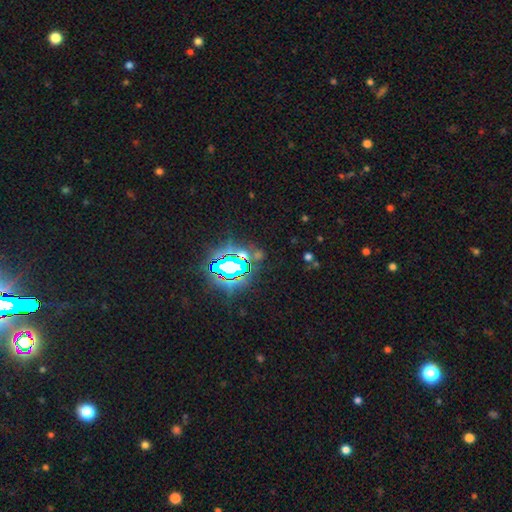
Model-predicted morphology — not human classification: Smooth or featured? Predicted: star or artifact (p=0.77).